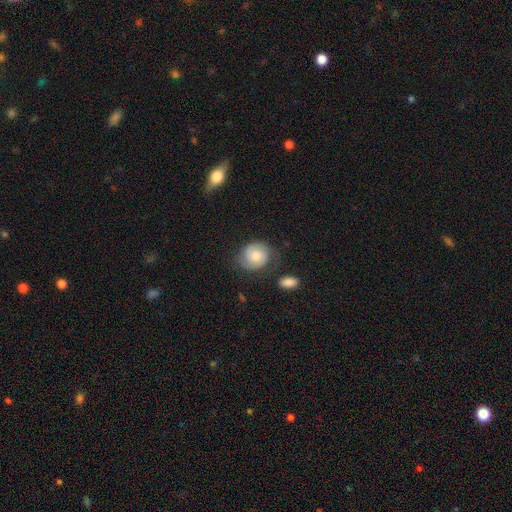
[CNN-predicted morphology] type=featured or disk (51%); edge-on=no (97%); merging=none (68%).